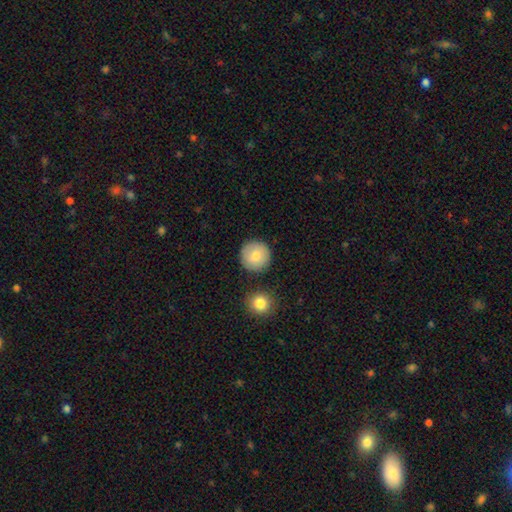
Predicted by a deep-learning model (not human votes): smooth-or-featured: smooth: 83% | featured or disk: 11% | star or artifact: 7%
  how-rounded: round: 96% | in between: 3% | cigar-shaped: 1%
  merging: none: 86% | minor disturbance: 8% | merger: 4% | major disturbance: 2%